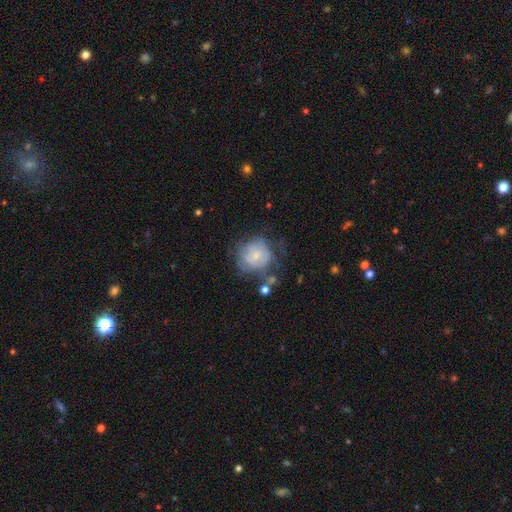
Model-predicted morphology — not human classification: smooth_or_featured: smooth (p=0.49) [alt: featured or disk p=0.43]
merging: none (p=0.45) [alt: minor disturbance p=0.26]